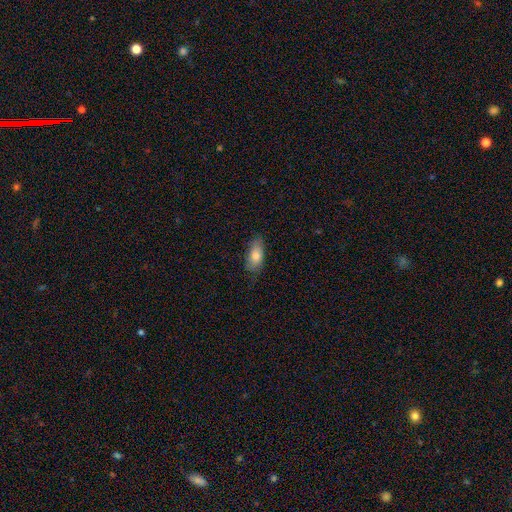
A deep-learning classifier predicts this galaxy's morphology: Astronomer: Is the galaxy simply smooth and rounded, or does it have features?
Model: smooth — 78%.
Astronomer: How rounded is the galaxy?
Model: in between — 84%.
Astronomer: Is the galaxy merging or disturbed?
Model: none — 73%.